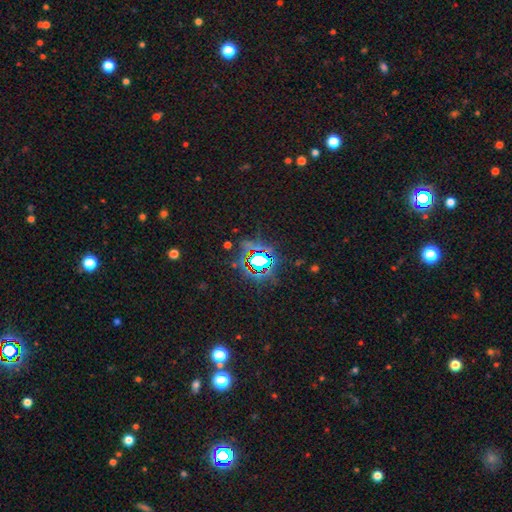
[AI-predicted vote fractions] Smooth or featured?
  - star or artifact: 74% *
  - smooth: 16%
  - featured or disk: 10%